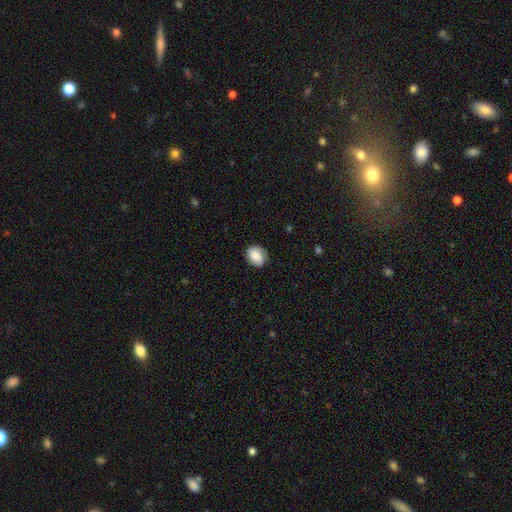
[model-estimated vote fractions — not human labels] Smooth or featured? Predicted: smooth (p=0.80). How rounded? Predicted: in between (p=0.57). Merging? Predicted: none (p=0.75).